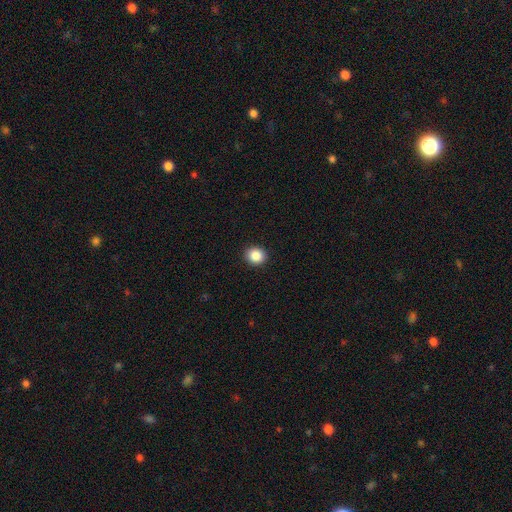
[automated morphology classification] Smooth or featured?
  - smooth: 87% *
  - star or artifact: 9%
  - featured or disk: 4%
How rounded?
  - round: 80% *
  - in between: 19%
  - cigar-shaped: 1%
Merging?
  - none: 92% *
  - minor disturbance: 5%
  - major disturbance: 2%
  - merger: 1%